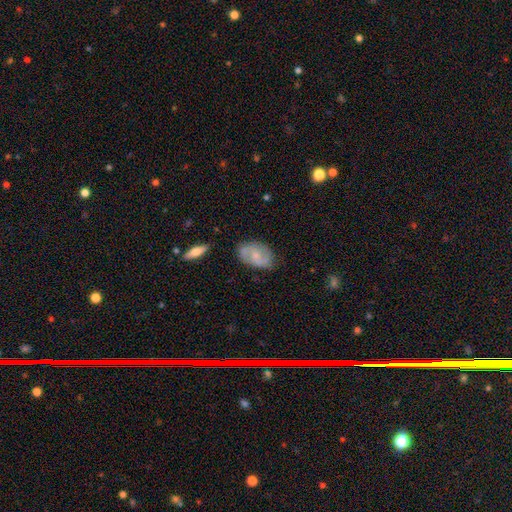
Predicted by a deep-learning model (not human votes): smooth_or_featured: featured or disk (p=0.59) [alt: smooth p=0.35]
disk_edge_on: no (p=0.95) [alt: yes p=0.05]
bar: no (p=0.50) [alt: weak p=0.42]
has_spiral_arms: yes (p=0.85) [alt: no p=0.15]
bulge_size: small (p=0.58) [alt: moderate p=0.33]
merging: none (p=0.78) [alt: minor disturbance p=0.17]